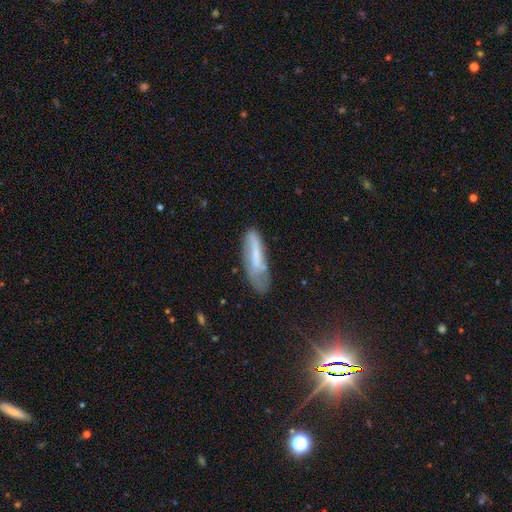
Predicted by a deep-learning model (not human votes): The model was most divided on "smooth or featured": smooth: 50%, featured or disk: 40%, star or artifact: 10%. More confident: how rounded — cigar-shaped (60%); merging — none (54%).